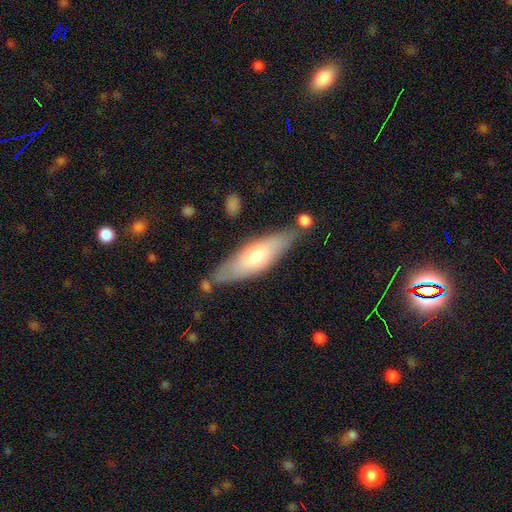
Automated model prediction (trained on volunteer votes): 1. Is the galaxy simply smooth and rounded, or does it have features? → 58% smooth, 37% featured or disk, 5% star or artifact.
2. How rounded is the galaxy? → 54% cigar-shaped, 45% in between, 2% round.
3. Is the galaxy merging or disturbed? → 71% none, 18% minor disturbance, 7% merger, 4% major disturbance.